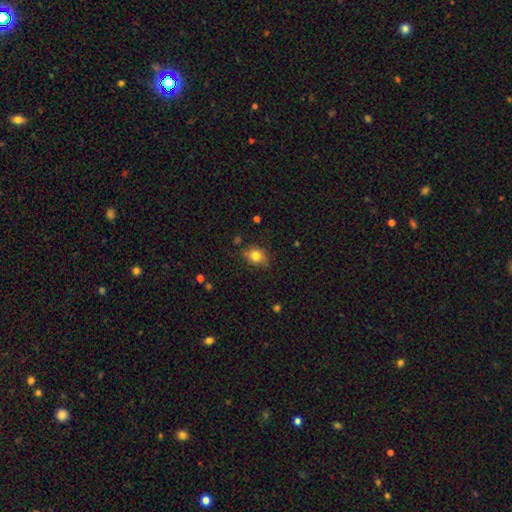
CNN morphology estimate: Smooth or featured? Predicted: smooth (p=0.80). How rounded? Predicted: in between (p=0.54). Merging? Predicted: none (p=0.75).